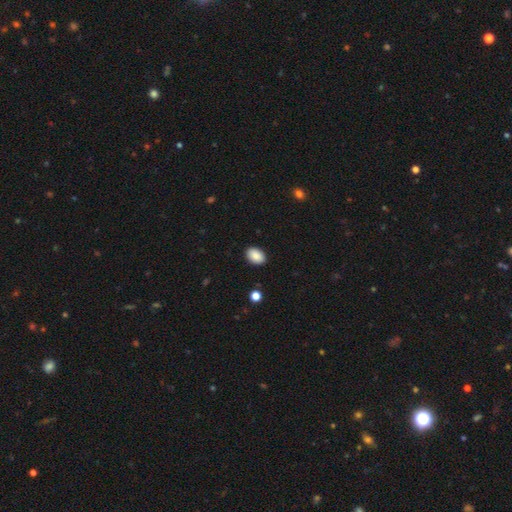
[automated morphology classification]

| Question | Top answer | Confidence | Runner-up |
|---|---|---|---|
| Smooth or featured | smooth | 89% | star or artifact (8%) |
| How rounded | in between | 82% | round (17%) |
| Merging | none | 89% | minor disturbance (8%) |